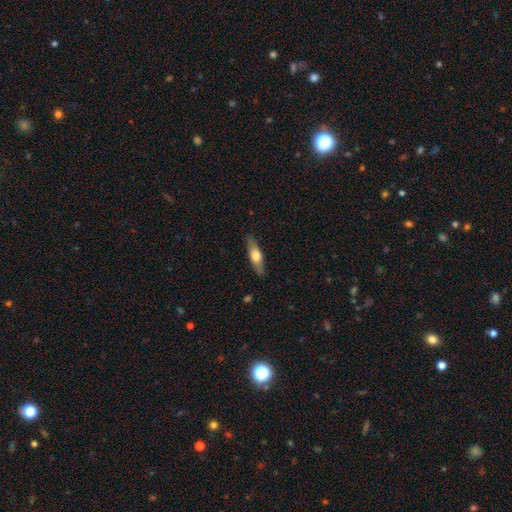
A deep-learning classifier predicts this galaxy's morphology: smooth-or-featured: smooth: 53% | featured or disk: 41% | star or artifact: 6%
  how-rounded: cigar-shaped: 63% | in between: 35% | round: 2%
  merging: none: 87% | minor disturbance: 10% | major disturbance: 2% | merger: 1%